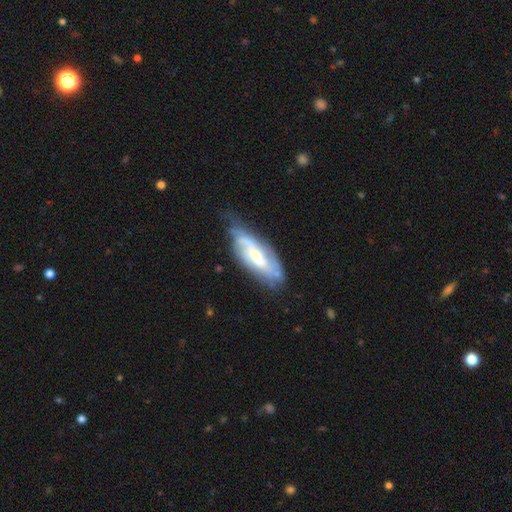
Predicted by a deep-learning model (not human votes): A featured or disk galaxy (72%) with a weak bar (44%), 2 (46%) medium (40%) spiral arms (87%) and a moderate central bulge (50%).

Vote fractions:
- Smooth or featured? featured or disk: 72% / smooth: 22% / star or artifact: 6%
- Edge-on disk? no: 84% / yes: 16%
- Bar? weak: 44% / no: 39% / strong: 17%
- Spiral arms? yes: 87% / no: 13%
- Spiral winding? medium: 40% / tight: 34% / loose: 25%
- Spiral arm count? 2: 46% / can't tell: 36% / 3: 8% / 1: 6% / 4: 3% / more than 4: 2%
- Bulge size? moderate: 50% / small: 35% / large: 9% / none: 5% / dominant: 1%
- Merging? none: 54% / minor disturbance: 30% / major disturbance: 13% / merger: 3%